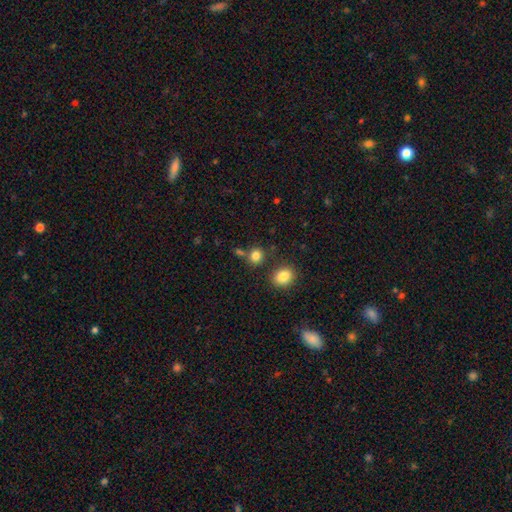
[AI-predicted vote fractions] smooth-or-featured: smooth: 82% | star or artifact: 12% | featured or disk: 5%
  how-rounded: round: 83% | in between: 16% | cigar-shaped: 1%
  merging: none: 75% | merger: 13% | minor disturbance: 9% | major disturbance: 3%